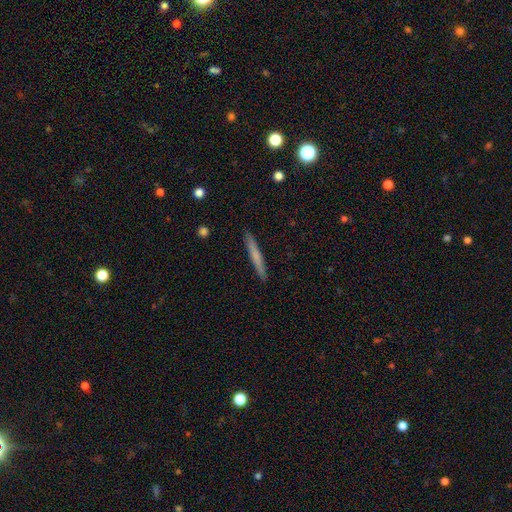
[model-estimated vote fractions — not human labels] The model was most divided on "smooth or featured": smooth: 66%, featured or disk: 28%, star or artifact: 6%. More confident: how rounded — cigar-shaped (96%); merging — none (91%).